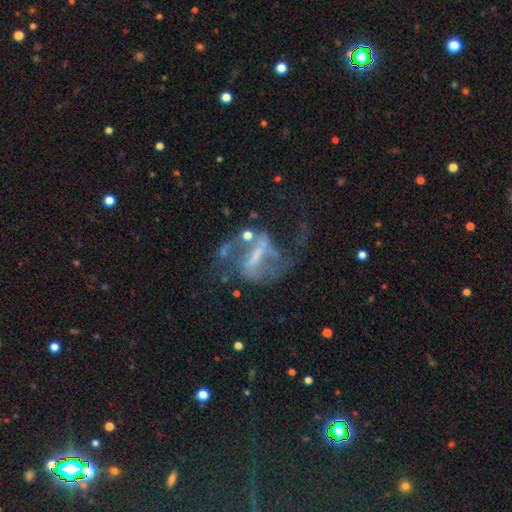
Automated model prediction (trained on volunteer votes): This appears to be a featured or disk galaxy (80%) with a strong bar (55%), 2 (82%) loose (53%) spiral arms (80%) and no central bulge (37%). Merging: none (44%).